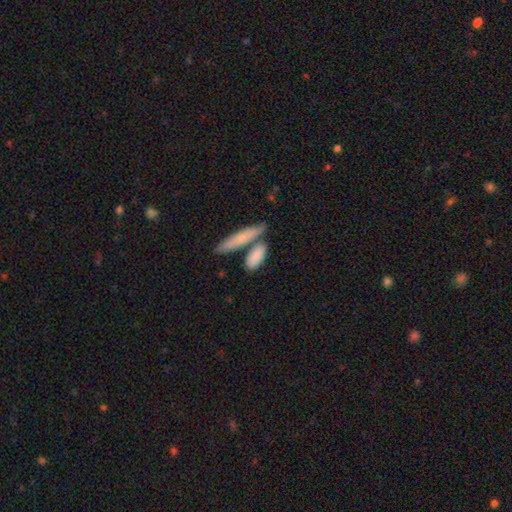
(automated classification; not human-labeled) Overall: smooth (82%). How rounded: in between (57%; cigar-shaped 40%). Merging: none (59%; merger 23%).